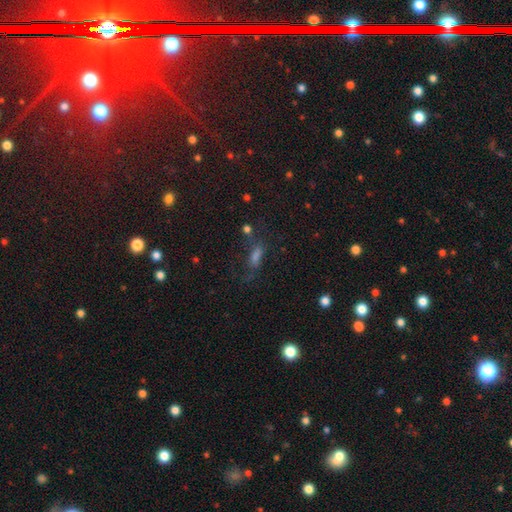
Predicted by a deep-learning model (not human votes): Smooth or featured?
  - smooth: 50% *
  - star or artifact: 30%
  - featured or disk: 20%
How rounded?
  - in between: 52% *
  - cigar-shaped: 40%
  - round: 8%
Merging?
  - none: 54% *
  - minor disturbance: 20%
  - major disturbance: 20%
  - merger: 6%